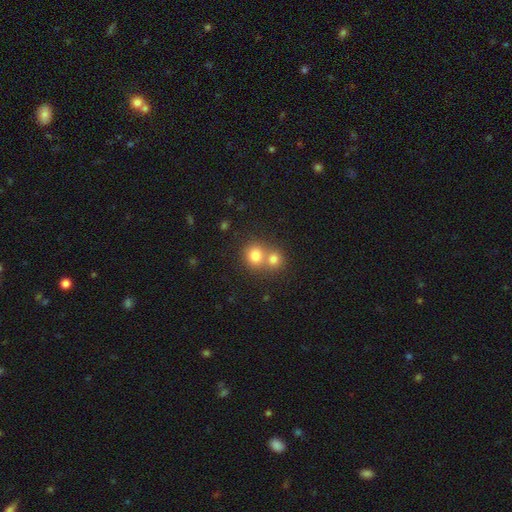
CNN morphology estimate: A smooth galaxy with no disk features (78%) that is round (84%).

Vote fractions:
- Smooth or featured? smooth: 78% / star or artifact: 12% / featured or disk: 10%
- How rounded? round: 84% / in between: 15% / cigar-shaped: 1%
- Merging? merger: 51% / none: 41% / minor disturbance: 6% / major disturbance: 2%